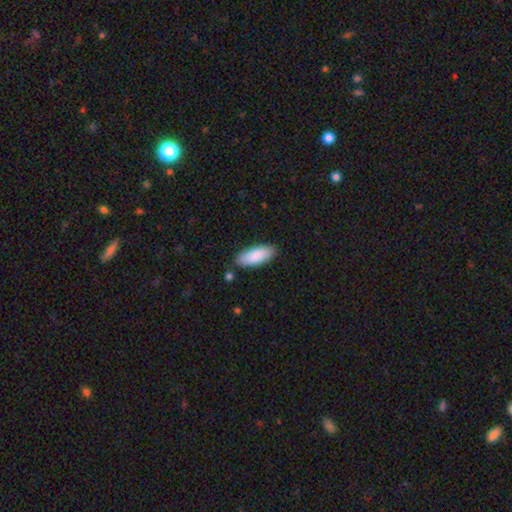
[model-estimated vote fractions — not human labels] Overall: smooth (88%). How rounded: in between (78%). Merging: none (85%).